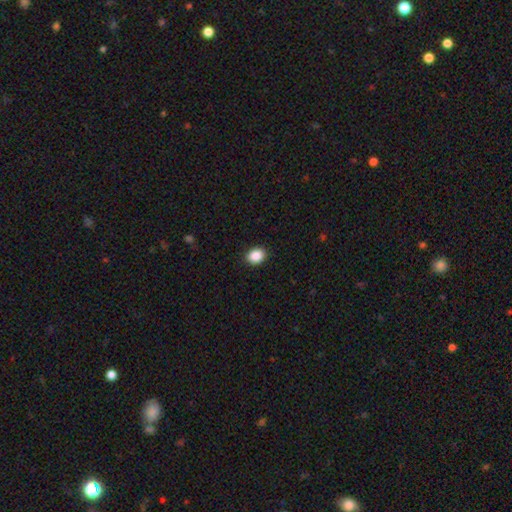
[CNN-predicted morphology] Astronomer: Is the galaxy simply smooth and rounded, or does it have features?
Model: smooth — 88%.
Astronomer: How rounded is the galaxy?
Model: round — 51% (runner-up: in between, 48%).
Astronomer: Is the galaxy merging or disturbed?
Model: none — 91%.